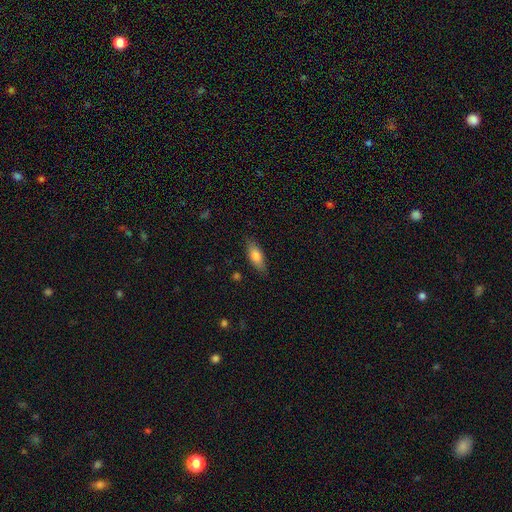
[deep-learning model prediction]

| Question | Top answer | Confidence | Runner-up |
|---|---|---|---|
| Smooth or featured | smooth | 77% | featured or disk (16%) |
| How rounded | in between | 71% | cigar-shaped (26%) |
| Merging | none | 82% | minor disturbance (14%) |